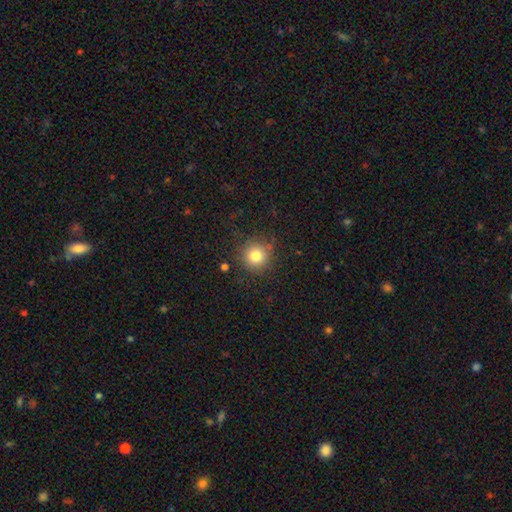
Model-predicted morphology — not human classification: Smooth or featured?
  - smooth: 80% *
  - star or artifact: 13%
  - featured or disk: 8%
How rounded?
  - round: 94% *
  - in between: 5%
  - cigar-shaped: 1%
Merging?
  - none: 85% *
  - minor disturbance: 10%
  - major disturbance: 4%
  - merger: 2%